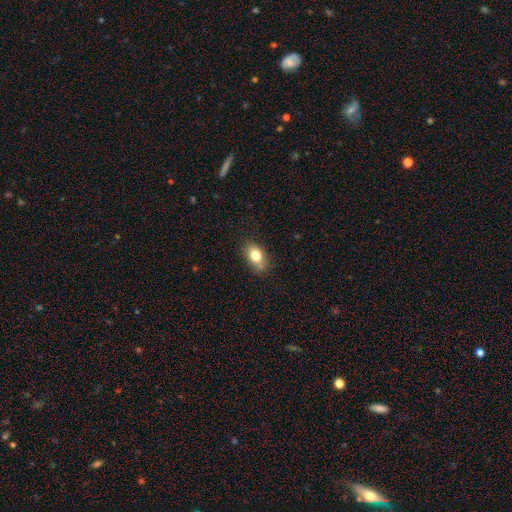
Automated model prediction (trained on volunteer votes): The model was most divided on "merging": none: 76%, minor disturbance: 19%, major disturbance: 4%, merger: 2%. More confident: how rounded — in between (83%); smooth or featured — smooth (79%).